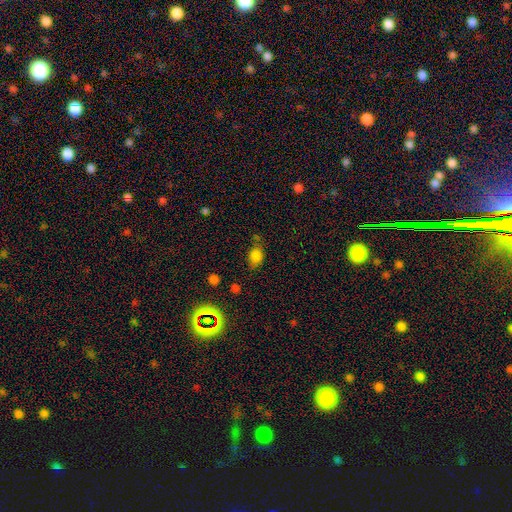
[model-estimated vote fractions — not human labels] Q: Smooth or featured?
A: smooth (76%); runner-up: star or artifact (17%)
Q: How rounded?
A: in between (70%); runner-up: round (28%)
Q: Merging?
A: none (62%); runner-up: minor disturbance (24%)